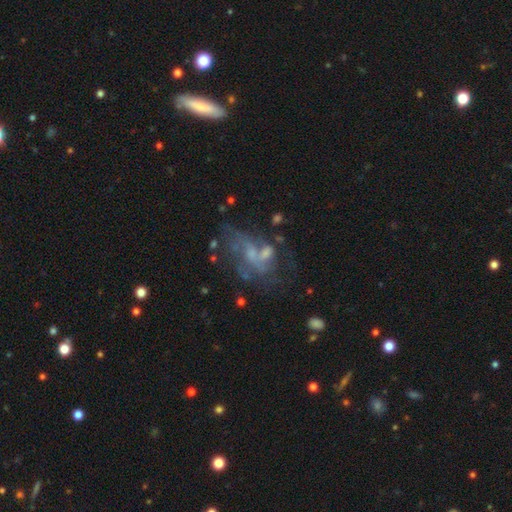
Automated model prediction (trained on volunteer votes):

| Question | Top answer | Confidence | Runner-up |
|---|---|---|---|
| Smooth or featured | featured or disk | 63% | smooth (20%) |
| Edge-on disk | no | 96% | yes (4%) |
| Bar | no | 69% | weak (25%) |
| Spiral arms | no | 56% | yes (44%) |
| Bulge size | none | 39% | small (34%) |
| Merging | none | 35% | major disturbance (31%) |